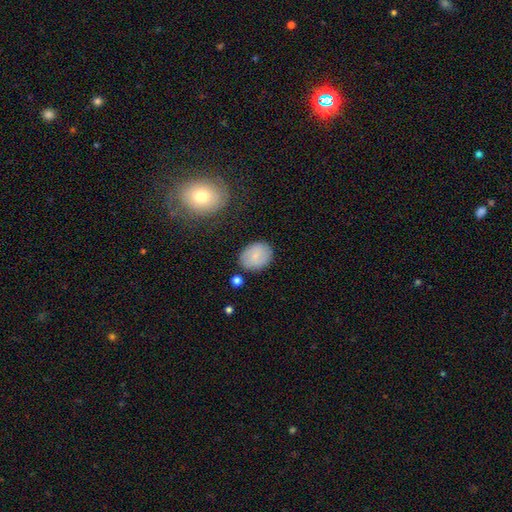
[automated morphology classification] A smooth galaxy with no disk features (65%) that is in between round and cigar-shaped (65%). Merging: none (82%).